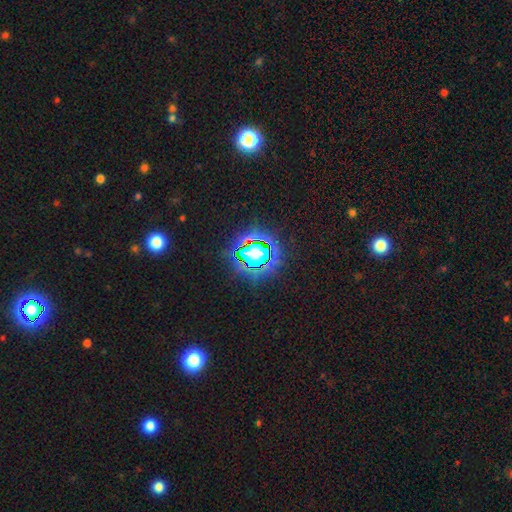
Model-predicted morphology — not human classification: This is likely a star or artifact rather than a galaxy (71%).